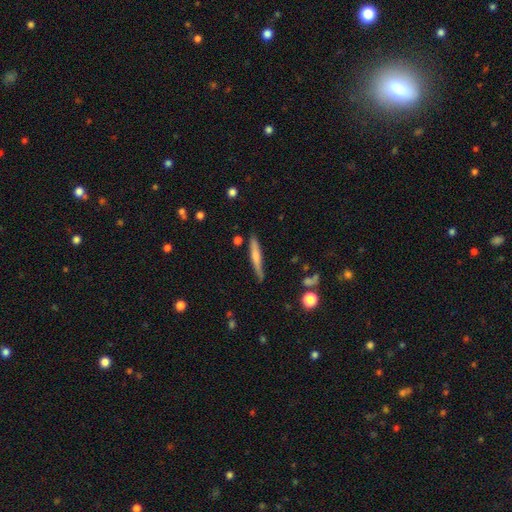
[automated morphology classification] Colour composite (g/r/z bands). It shows a smooth galaxy with no disk features (55%) that is cigar-shaped (93%). Merging: none (78%).